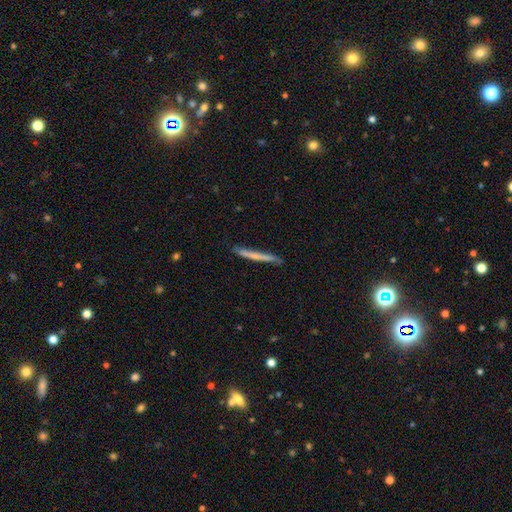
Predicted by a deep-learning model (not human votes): smooth_or_featured: smooth (p=0.61) [alt: featured or disk p=0.34]
how_rounded: cigar-shaped (p=0.97) [alt: in between p=0.02]
merging: none (p=0.82) [alt: minor disturbance p=0.14]